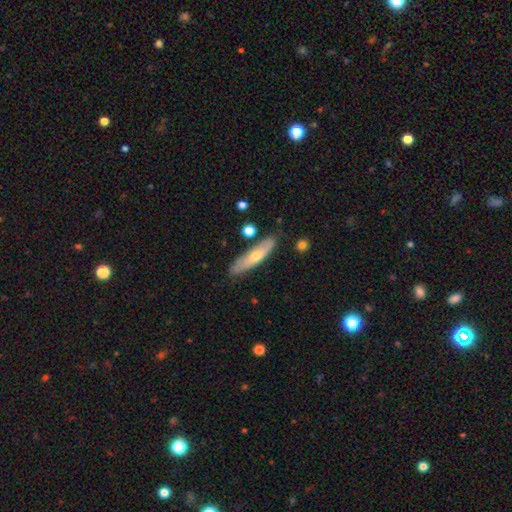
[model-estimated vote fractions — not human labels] smooth_or_featured: smooth (p=0.50) [alt: featured or disk p=0.43]
how_rounded: cigar-shaped (p=0.77) [alt: in between p=0.21]
merging: none (p=0.79) [alt: minor disturbance p=0.15]